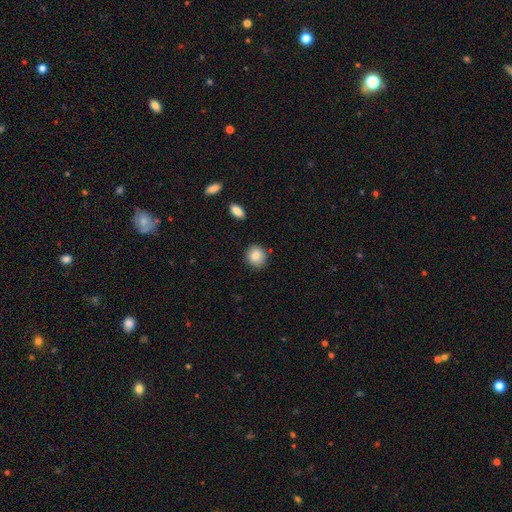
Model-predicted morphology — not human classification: The model was most divided on "how rounded": round: 78%, in between: 21%, cigar-shaped: 1%. More confident: smooth or featured — smooth (87%); merging — none (85%).